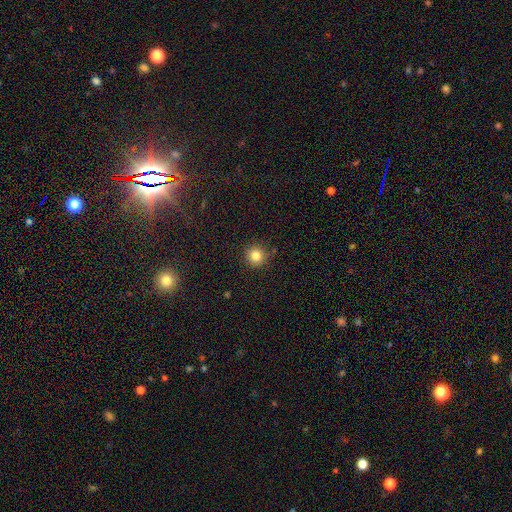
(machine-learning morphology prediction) smooth-or-featured: smooth: 83% | star or artifact: 12% | featured or disk: 5%
  how-rounded: round: 94% | in between: 5% | cigar-shaped: 1%
  merging: none: 89% | minor disturbance: 7% | major disturbance: 2% | merger: 2%